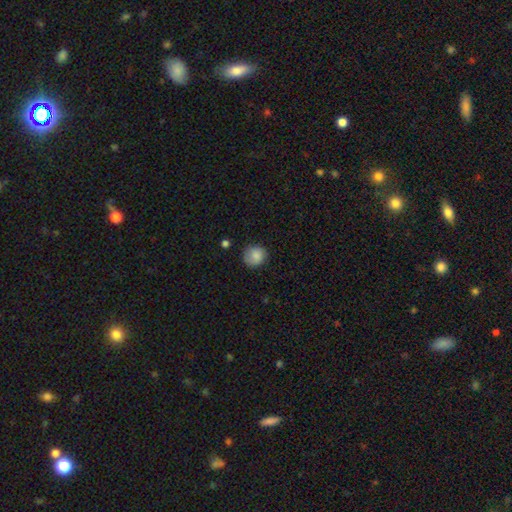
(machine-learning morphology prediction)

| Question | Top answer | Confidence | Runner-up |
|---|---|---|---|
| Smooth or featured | smooth | 81% | featured or disk (11%) |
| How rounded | round | 85% | in between (14%) |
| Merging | none | 77% | minor disturbance (17%) |